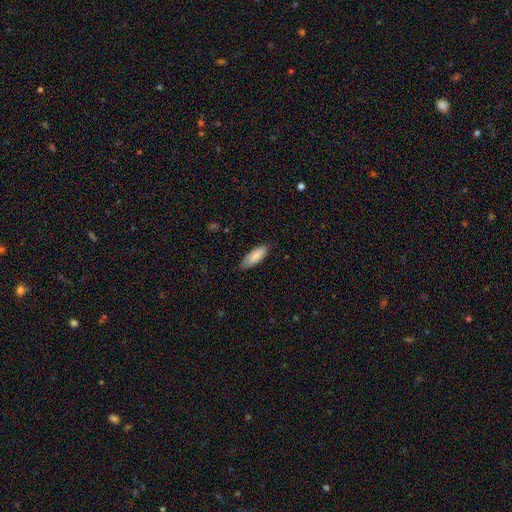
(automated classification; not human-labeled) This is clearly a smooth galaxy (84%). How rounded: likely in between (70%). Merging: clearly none (82%).